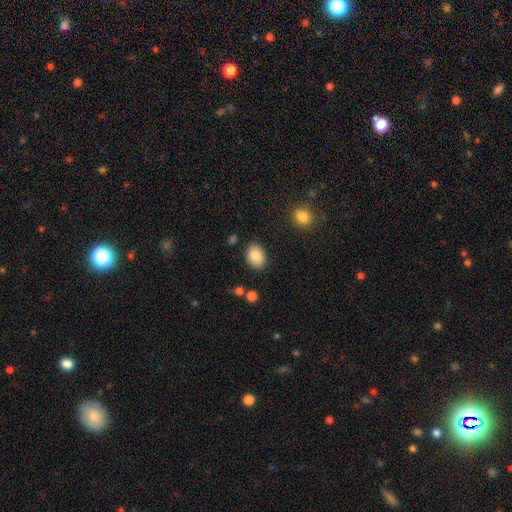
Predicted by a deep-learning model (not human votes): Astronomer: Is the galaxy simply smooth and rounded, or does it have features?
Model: smooth — 84%.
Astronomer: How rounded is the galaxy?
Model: in between — 77%.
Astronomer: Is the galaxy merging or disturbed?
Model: none — 85%.